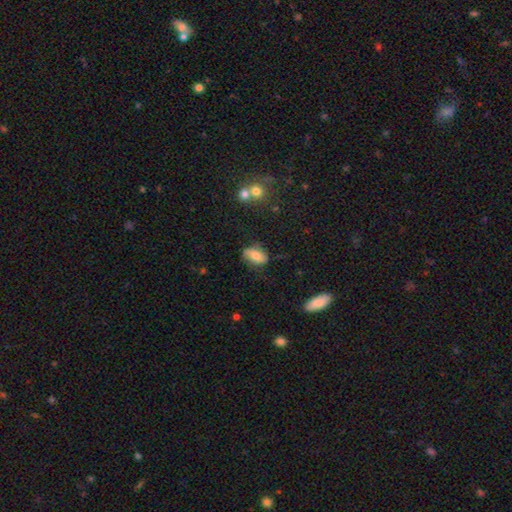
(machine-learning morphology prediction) This is likely a smooth galaxy (62%). How rounded: clearly in between (89%). Merging: likely none (72%).